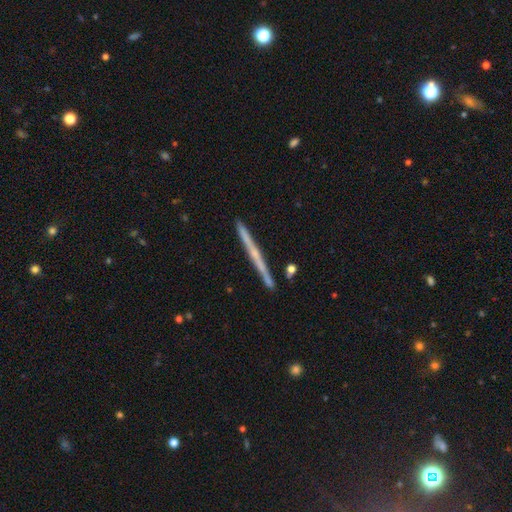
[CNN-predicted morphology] Smooth or featured? featured or disk (65%)
Edge-on disk? yes (98%)
Edge-on bulge? none (59%)
Merging? none (90%)